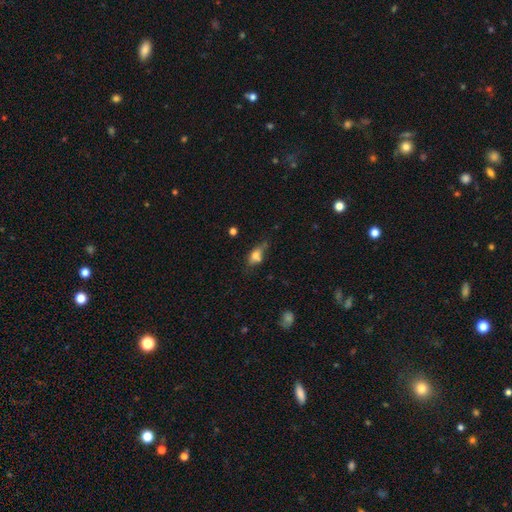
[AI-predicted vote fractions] A smooth galaxy with no disk features (63%) that is in between round and cigar-shaped (74%). Merging: none (47%).